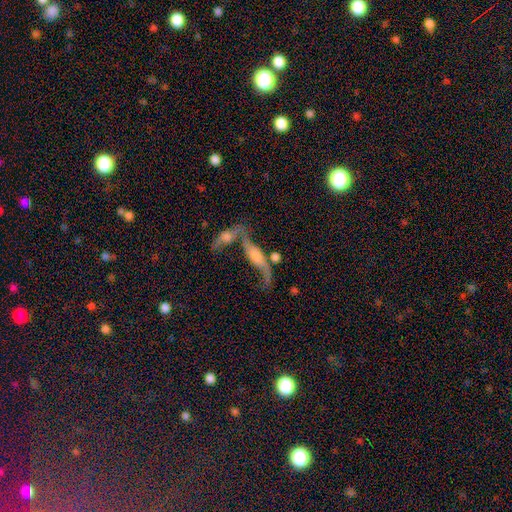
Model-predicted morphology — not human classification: smooth-or-featured: featured or disk: 72% | smooth: 18% | star or artifact: 10%
  disk-edge-on: no: 56% | yes: 44%
  merging: none: 36% (tied) | merger: 36% (tied) | major disturbance: 14% | minor disturbance: 14%